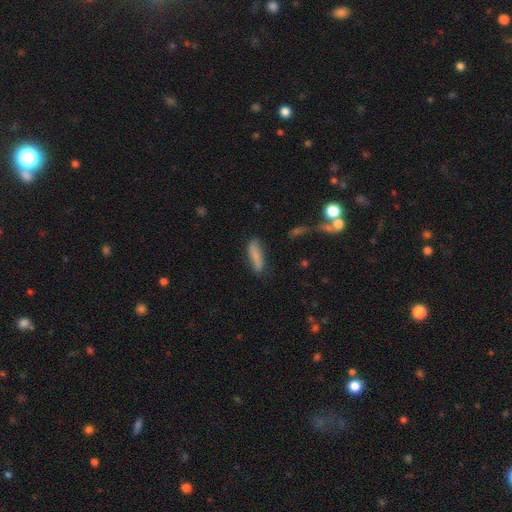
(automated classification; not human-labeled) Overall: smooth (72%). How rounded: cigar-shaped (60%; in between 38%). Merging: none (73%).